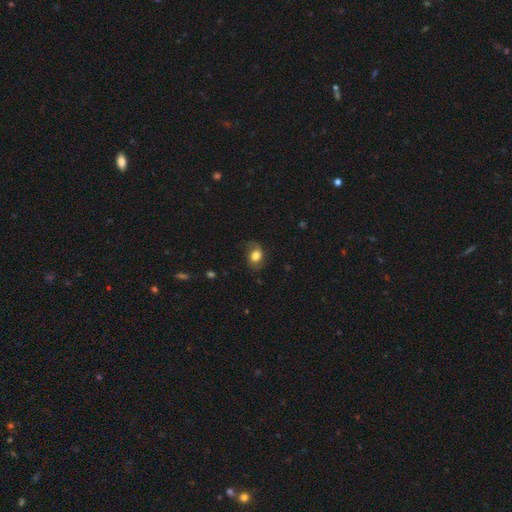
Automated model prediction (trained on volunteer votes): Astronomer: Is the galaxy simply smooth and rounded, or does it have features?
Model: smooth — 60%.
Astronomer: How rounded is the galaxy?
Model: in between — 63%.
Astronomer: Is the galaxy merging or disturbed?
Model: none — 64%.